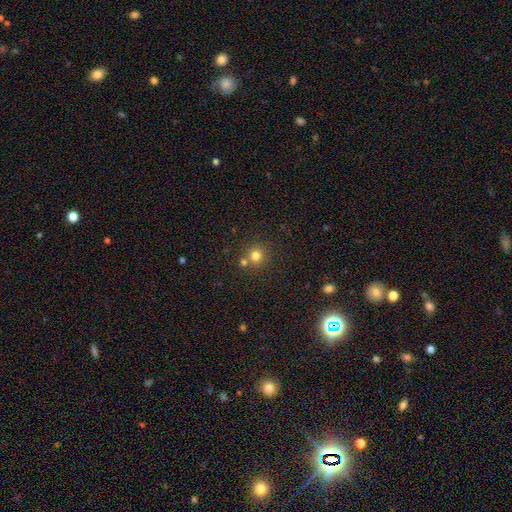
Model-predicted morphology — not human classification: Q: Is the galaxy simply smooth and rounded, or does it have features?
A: smooth — 78%.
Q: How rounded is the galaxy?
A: round — 92%.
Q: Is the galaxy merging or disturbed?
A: none — 72%.